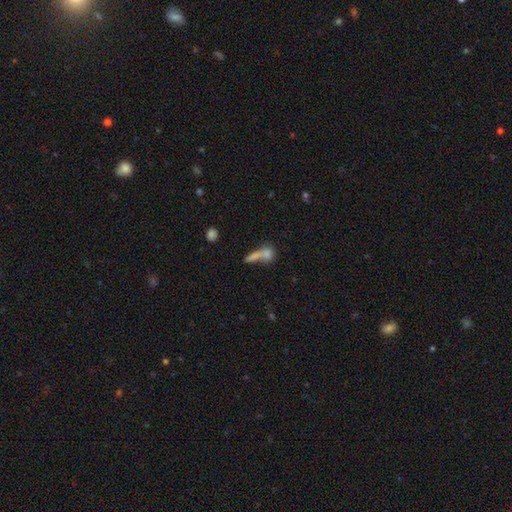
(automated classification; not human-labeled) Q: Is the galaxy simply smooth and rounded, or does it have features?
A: smooth — 65%.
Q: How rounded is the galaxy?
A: cigar-shaped — 38%, tied with in between.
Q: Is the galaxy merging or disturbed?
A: merger — 45%.